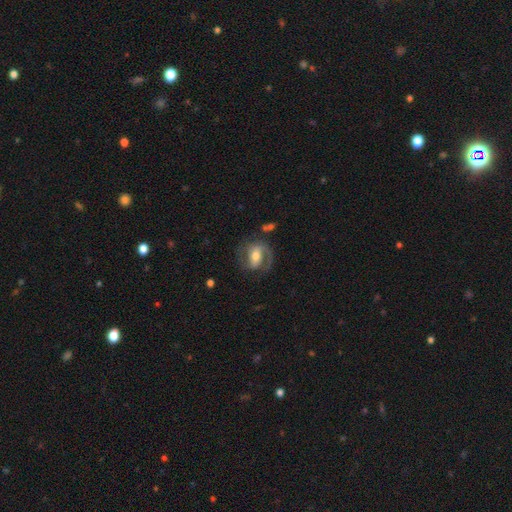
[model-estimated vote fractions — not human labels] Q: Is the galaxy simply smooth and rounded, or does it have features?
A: featured or disk — 77%.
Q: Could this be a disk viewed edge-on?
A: no — 97%.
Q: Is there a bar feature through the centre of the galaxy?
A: weak — 41%.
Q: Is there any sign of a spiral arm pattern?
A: yes — 90%.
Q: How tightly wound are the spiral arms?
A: medium — 50%.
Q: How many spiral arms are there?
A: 2 — 69%.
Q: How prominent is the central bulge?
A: moderate — 65%.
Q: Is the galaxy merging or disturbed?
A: none — 66%.